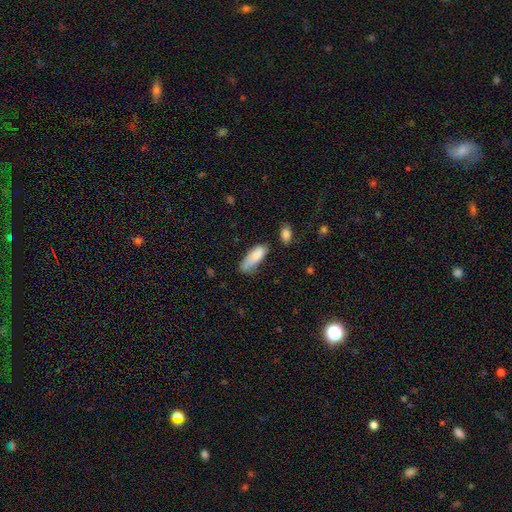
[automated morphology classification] Overall: smooth (83%). How rounded: in between (63%; cigar-shaped 35%). Merging: none (47%; minor disturbance 34%).